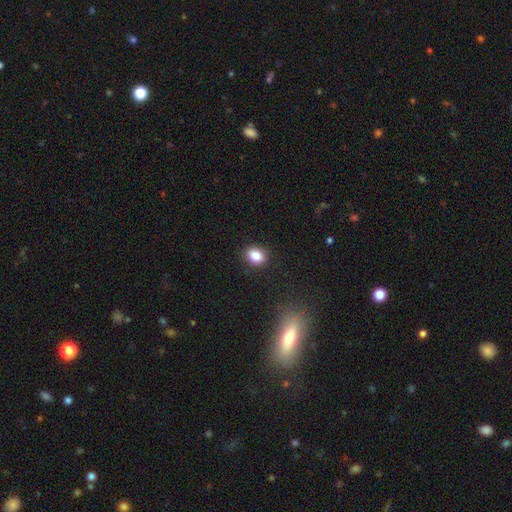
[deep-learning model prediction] smooth 86%, star or artifact 10%, featured or disk 4%. Down the decision tree: how rounded — in between (60%); merging — none (88%).